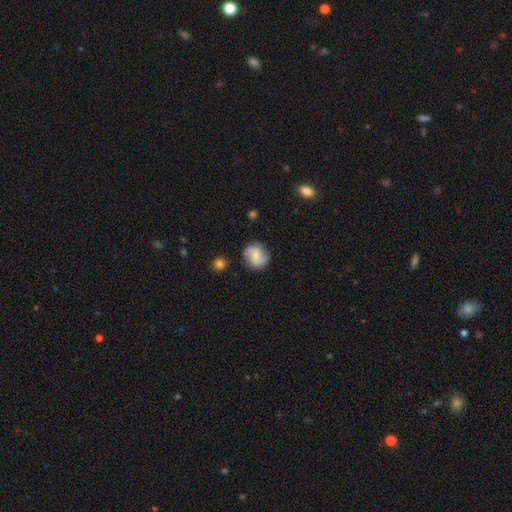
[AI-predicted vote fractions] smooth_or_featured: smooth (p=0.52) [alt: featured or disk p=0.40]
how_rounded: round (p=0.78) [alt: in between p=0.20]
merging: none (p=0.75) [alt: minor disturbance p=0.17]